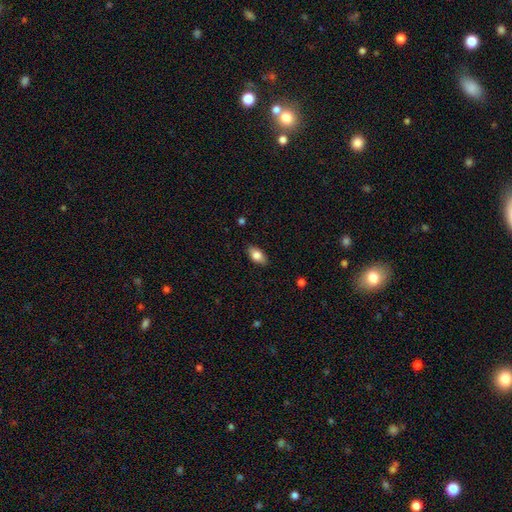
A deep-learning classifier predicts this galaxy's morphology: This is likely a smooth galaxy (79%). How rounded: clearly in between (90%). Merging: clearly none (87%).